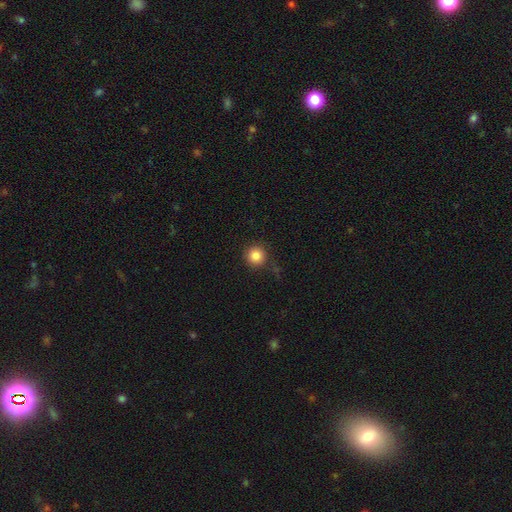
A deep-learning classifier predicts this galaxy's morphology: smooth-or-featured: smooth: 85% | star or artifact: 11% | featured or disk: 5%
  how-rounded: round: 95% | in between: 4% | cigar-shaped: 1%
  merging: none: 86% | minor disturbance: 9% | major disturbance: 3% | merger: 2%